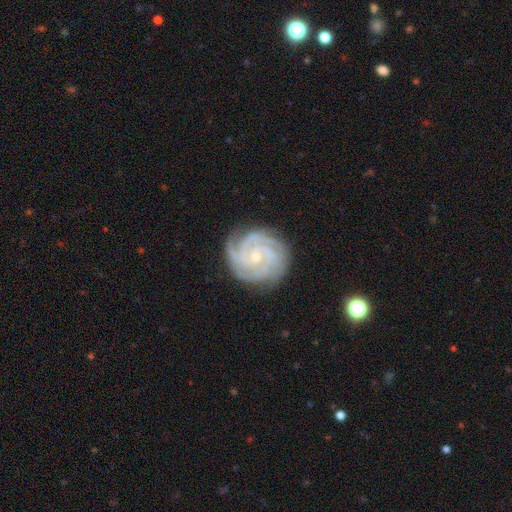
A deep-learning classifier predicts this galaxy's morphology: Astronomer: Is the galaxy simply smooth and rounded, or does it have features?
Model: featured or disk — 90%.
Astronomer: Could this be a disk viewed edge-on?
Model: no — 98%.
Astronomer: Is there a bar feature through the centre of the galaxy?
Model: no — 70%.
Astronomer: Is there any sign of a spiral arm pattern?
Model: yes — 99%.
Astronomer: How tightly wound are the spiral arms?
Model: tight — 80%.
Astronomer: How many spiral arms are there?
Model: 4 — 36% (runner-up: 3, 31%).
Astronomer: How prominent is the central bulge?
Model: small — 76%.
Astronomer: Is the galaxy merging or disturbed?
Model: none — 83%.